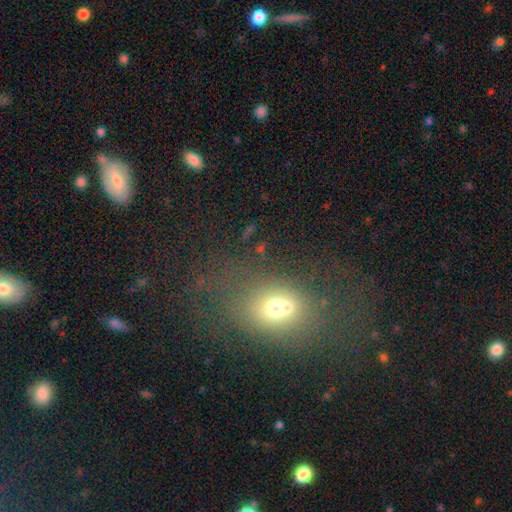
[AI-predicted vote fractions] Overall: smooth (56%; featured or disk 23%). How rounded: in between (63%; round 34%). Merging: none (41%; merger 31%).